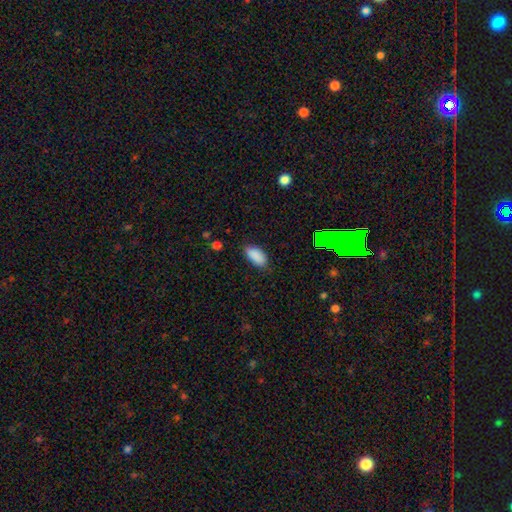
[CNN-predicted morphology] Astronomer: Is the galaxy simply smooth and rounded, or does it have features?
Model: smooth — 88%.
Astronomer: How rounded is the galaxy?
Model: in between — 92%.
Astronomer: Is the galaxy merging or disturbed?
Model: none — 81%.